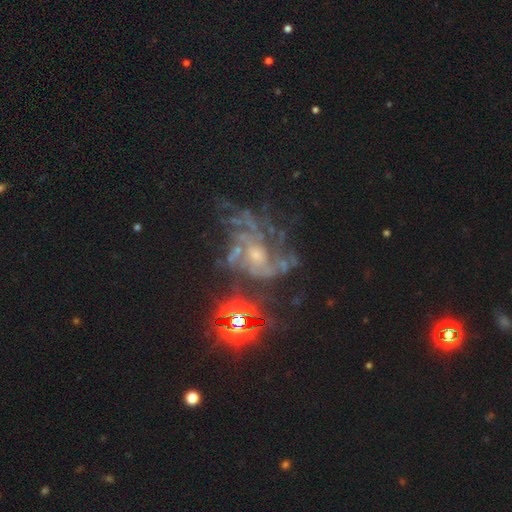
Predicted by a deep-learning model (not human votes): Smooth or featured? featured or disk (72%)
Edge-on disk? no (97%)
Bar? no (74%)
Spiral arms? yes (83%)
Spiral winding? medium (42%)
Spiral arm count? can't tell (43%)
Bulge size? small (49%)
Merging? none (42%)